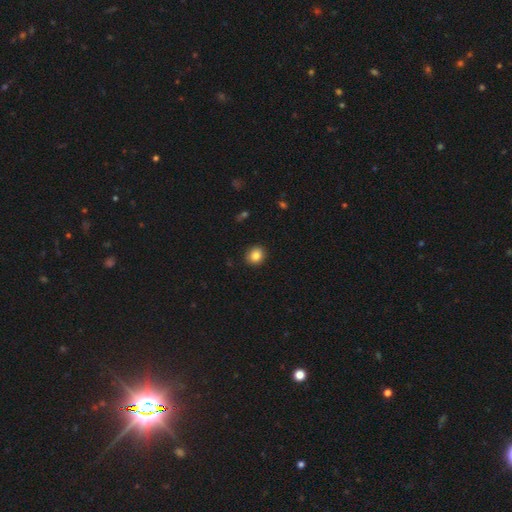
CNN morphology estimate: smooth-or-featured: smooth: 84% | star or artifact: 10% | featured or disk: 6%
  how-rounded: round: 74% | in between: 25% | cigar-shaped: 1%
  merging: none: 91% | minor disturbance: 6% | major disturbance: 2% | merger: 1%